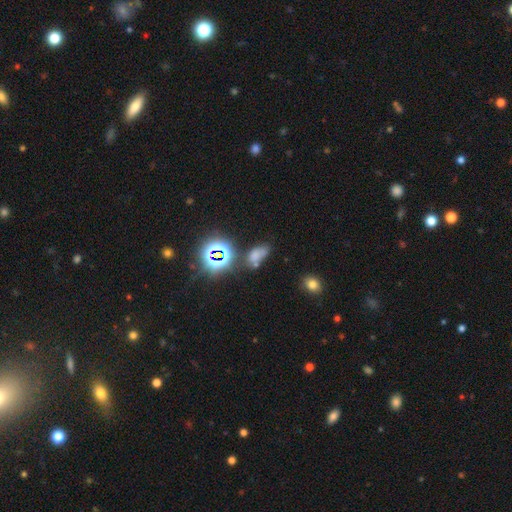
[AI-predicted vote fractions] Smooth or featured?
  - smooth: 56% *
  - star or artifact: 31%
  - featured or disk: 13%
How rounded?
  - in between: 82% *
  - round: 13%
  - cigar-shaped: 5%
Merging?
  - none: 46% *
  - minor disturbance: 23%
  - merger: 19%
  - major disturbance: 12%